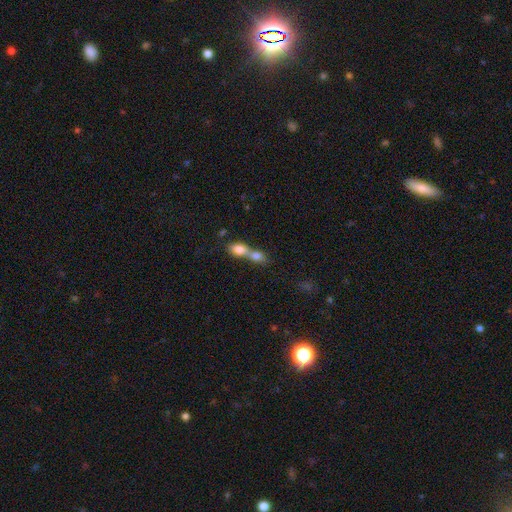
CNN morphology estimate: Smooth or featured? Predicted: smooth (p=0.73). How rounded? Predicted: in between (p=0.65). Merging? Predicted: merger (p=0.73).